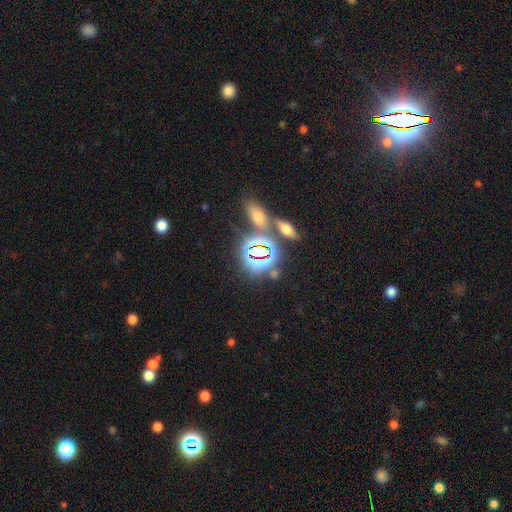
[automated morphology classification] Smooth or featured?
  - star or artifact: 57% *
  - smooth: 33%
  - featured or disk: 10%